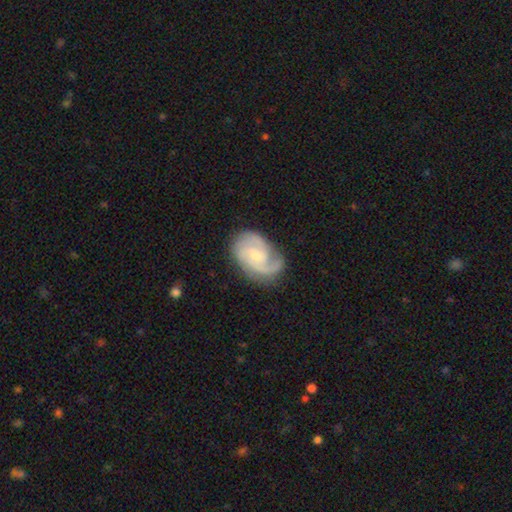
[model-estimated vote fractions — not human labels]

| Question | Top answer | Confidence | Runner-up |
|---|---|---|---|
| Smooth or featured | featured or disk | 87% | smooth (9%) |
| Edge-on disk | no | 98% | yes (2%) |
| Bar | no | 56% | weak (39%) |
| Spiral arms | yes | 98% | no (2%) |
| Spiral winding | medium | 45% | tight (44%) |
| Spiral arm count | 2 | 51% | 3 (26%) |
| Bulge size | small | 66% | moderate (26%) |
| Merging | none | 72% | minor disturbance (19%) |